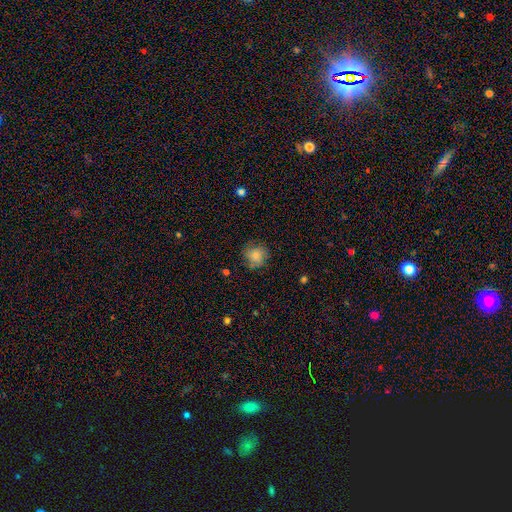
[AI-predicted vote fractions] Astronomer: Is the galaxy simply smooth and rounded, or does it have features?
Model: smooth — 76%.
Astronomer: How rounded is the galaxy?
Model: round — 86%.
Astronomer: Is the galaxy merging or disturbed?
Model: none — 72%.